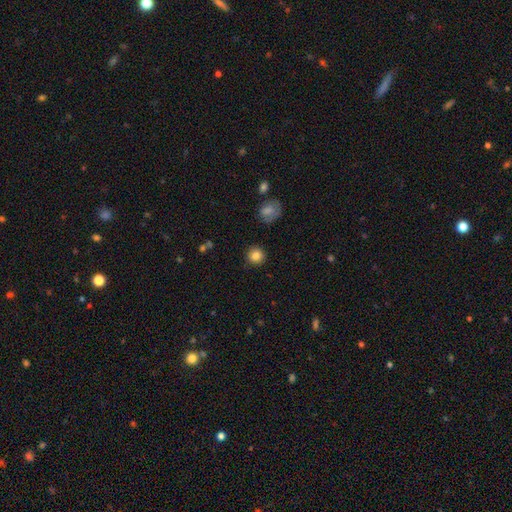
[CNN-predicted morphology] A smooth galaxy with no disk features (84%) that is round (93%). Merging: none (89%).